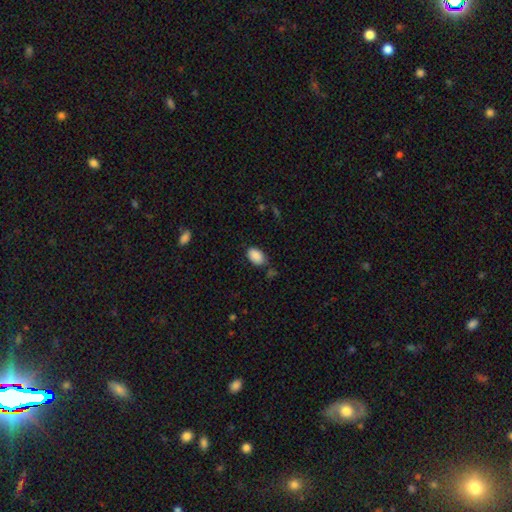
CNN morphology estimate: Smooth or featured: smooth — 89% (star or artifact — 7%)
How rounded: in between — 91% (round — 8%)
Merging: none — 77% (minor disturbance — 15%)